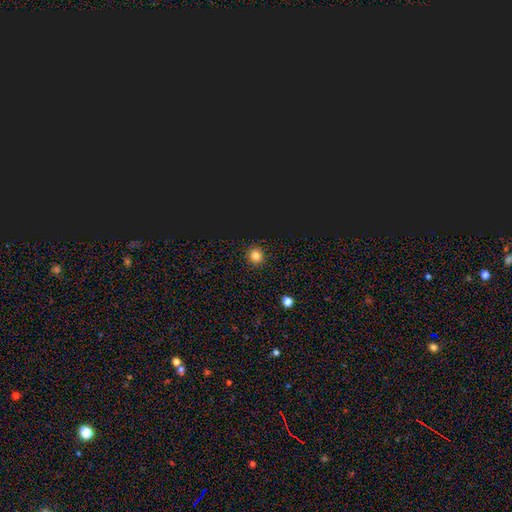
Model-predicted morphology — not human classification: A smooth galaxy with no disk features (79%) that is round (91%). Merging: none (91%).